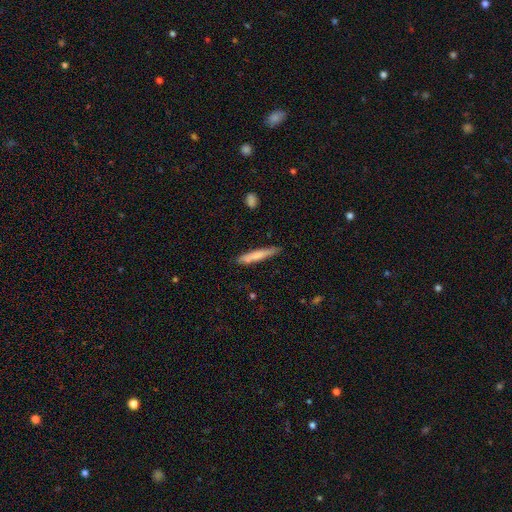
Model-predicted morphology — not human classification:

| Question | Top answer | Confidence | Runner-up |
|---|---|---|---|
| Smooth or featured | smooth | 71% | featured or disk (23%) |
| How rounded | cigar-shaped | 93% | in between (6%) |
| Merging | none | 81% | minor disturbance (14%) |